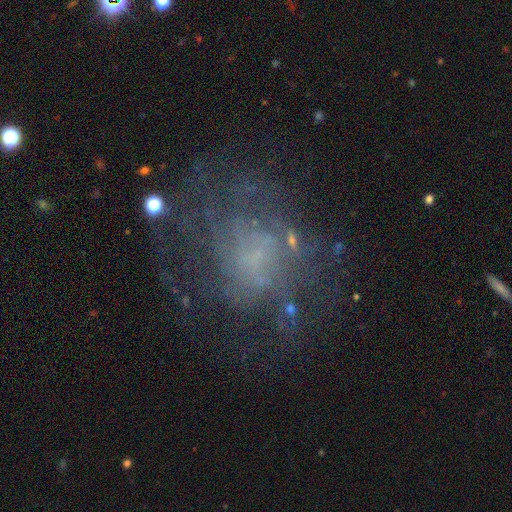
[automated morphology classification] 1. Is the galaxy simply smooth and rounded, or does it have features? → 61% featured or disk, 20% smooth, 19% star or artifact.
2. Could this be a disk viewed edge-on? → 98% no, 2% yes.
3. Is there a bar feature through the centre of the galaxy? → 79% no, 17% weak, 3% strong.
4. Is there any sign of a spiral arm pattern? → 56% yes, 44% no.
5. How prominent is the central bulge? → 51% none, 30% small, 13% moderate, 4% large, 2% dominant.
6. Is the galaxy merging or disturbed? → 60% none, 21% major disturbance, 16% minor disturbance, 3% merger.